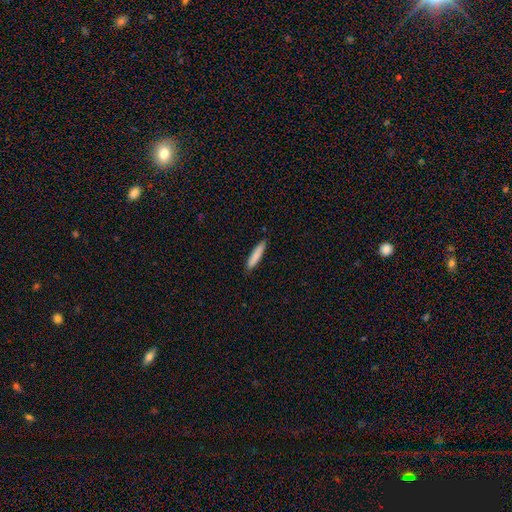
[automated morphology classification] Smooth or featured?
  - smooth: 84% *
  - featured or disk: 10%
  - star or artifact: 6%
How rounded?
  - cigar-shaped: 87% *
  - in between: 11%
  - round: 1%
Merging?
  - none: 88% *
  - minor disturbance: 9%
  - major disturbance: 2%
  - merger: 1%